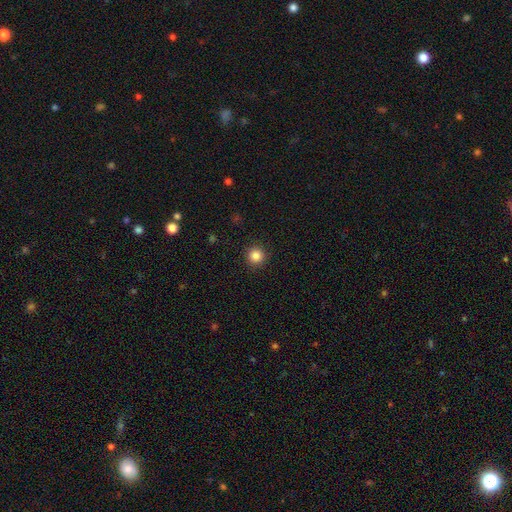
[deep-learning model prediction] A smooth galaxy with no disk features (85%) that is round (95%).

Vote fractions:
- Smooth or featured? smooth: 85% / star or artifact: 11% / featured or disk: 4%
- How rounded? round: 95% / in between: 4% / cigar-shaped: 1%
- Merging? none: 92% / minor disturbance: 5% / major disturbance: 2% / merger: 1%